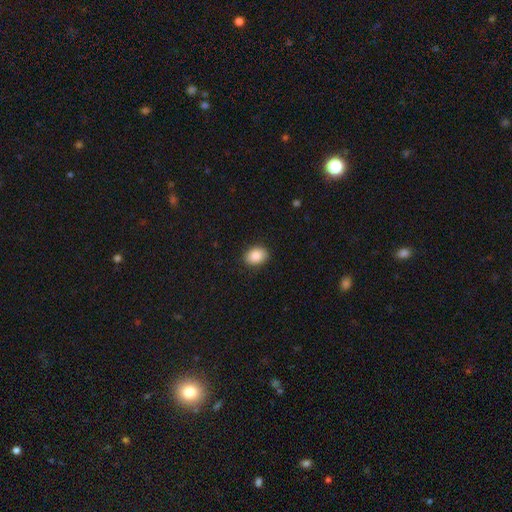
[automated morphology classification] A smooth galaxy with no disk features (87%) that is in between round and cigar-shaped (67%). Merging: none (90%).